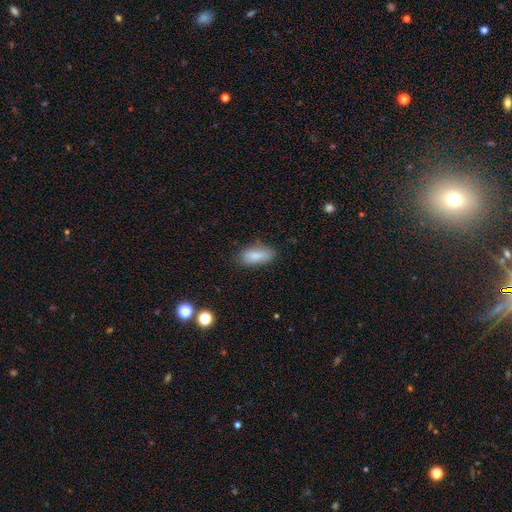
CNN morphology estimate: This is clearly a smooth galaxy (84%). How rounded: clearly in between (85%). Merging: likely none (73%).